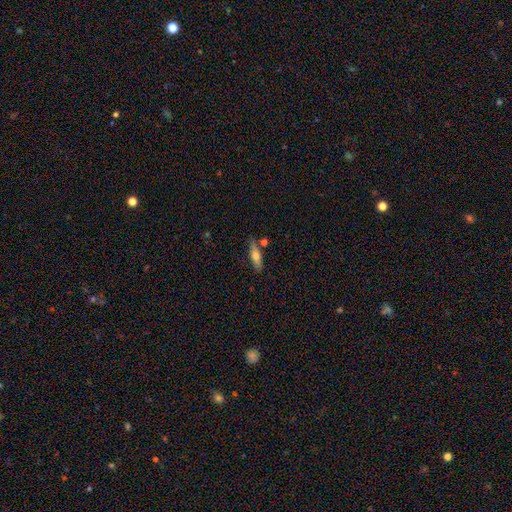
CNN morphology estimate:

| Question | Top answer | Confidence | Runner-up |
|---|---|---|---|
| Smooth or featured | smooth | 60% | featured or disk (34%) |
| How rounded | cigar-shaped | 61% | in between (37%) |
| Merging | none | 73% | minor disturbance (15%) |